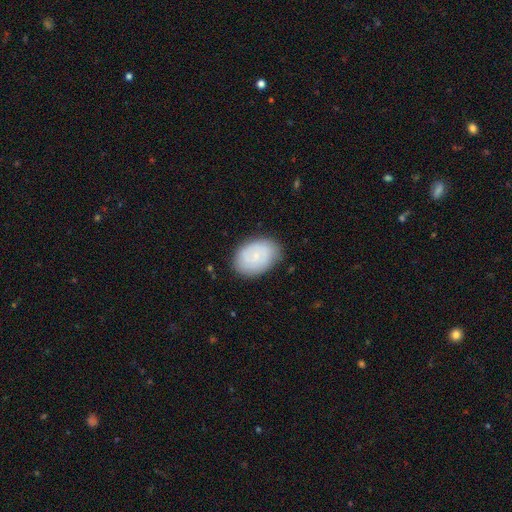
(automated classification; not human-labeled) Morphology: type=smooth (57%); roundness=in between (81%); merging=none (81%).